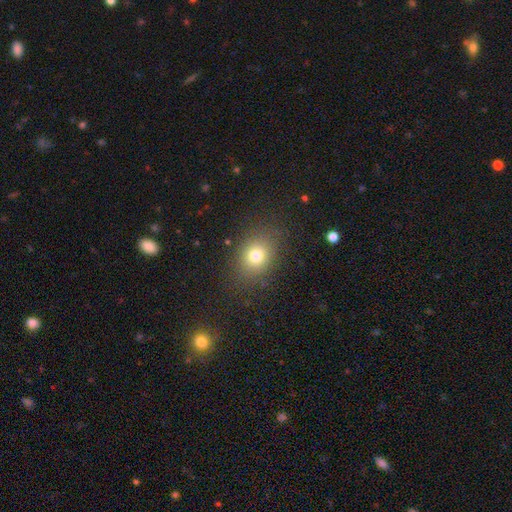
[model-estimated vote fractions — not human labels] Overall: smooth (76%). How rounded: in between (49%, tied with round). Merging: none (83%).